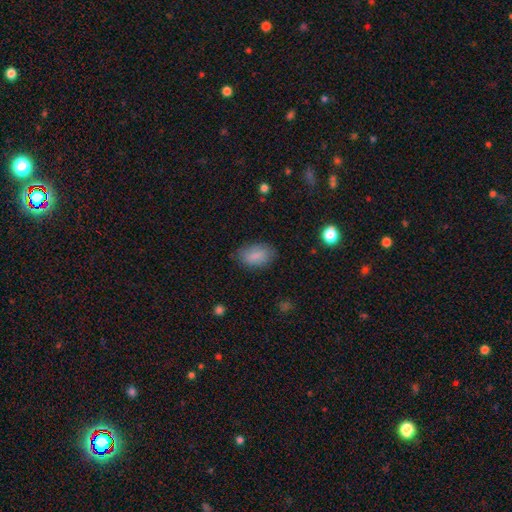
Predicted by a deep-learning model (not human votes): A smooth galaxy with no disk features (86%) that is in between round and cigar-shaped (91%).

Vote fractions:
- Smooth or featured? smooth: 86% / star or artifact: 7% / featured or disk: 7%
- How rounded? in between: 91% / round: 7% / cigar-shaped: 2%
- Merging? none: 81% / minor disturbance: 14% / major disturbance: 4% / merger: 1%